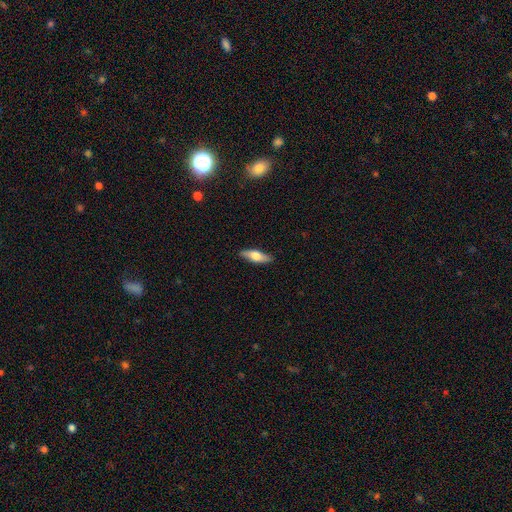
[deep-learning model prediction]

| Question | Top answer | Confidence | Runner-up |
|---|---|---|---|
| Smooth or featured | smooth | 56% | featured or disk (38%) |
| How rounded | in between | 53% | cigar-shaped (44%) |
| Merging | none | 88% | minor disturbance (10%) |